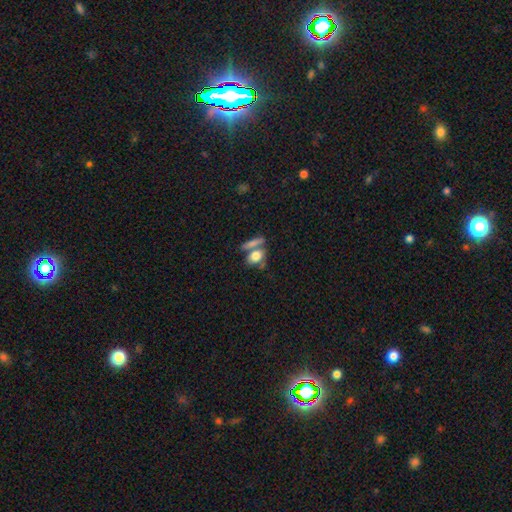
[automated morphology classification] Overall: smooth (77%). How rounded: in between (61%; round 28%). Merging: none (48%; merger 35%).